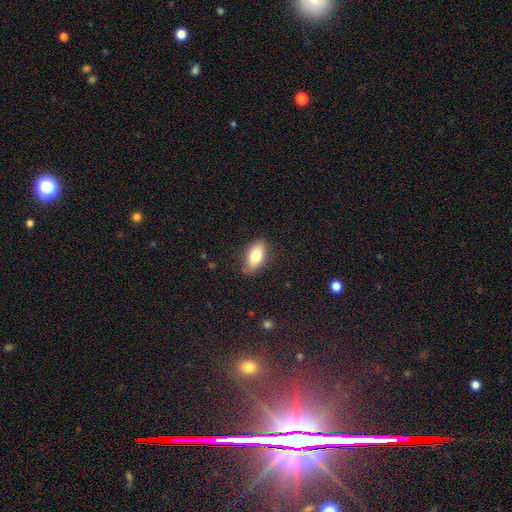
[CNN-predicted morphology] Smooth or featured?
  - smooth: 75% *
  - featured or disk: 18%
  - star or artifact: 7%
How rounded?
  - in between: 87% *
  - cigar-shaped: 8%
  - round: 5%
Merging?
  - none: 82% *
  - minor disturbance: 14%
  - major disturbance: 3%
  - merger: 1%